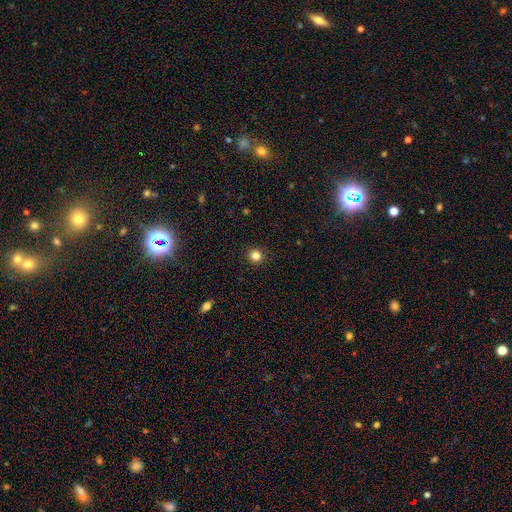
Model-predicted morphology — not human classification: Smooth or featured: smooth — 83% (star or artifact — 13%)
How rounded: round — 93% (in between — 6%)
Merging: none — 92% (minor disturbance — 5%)